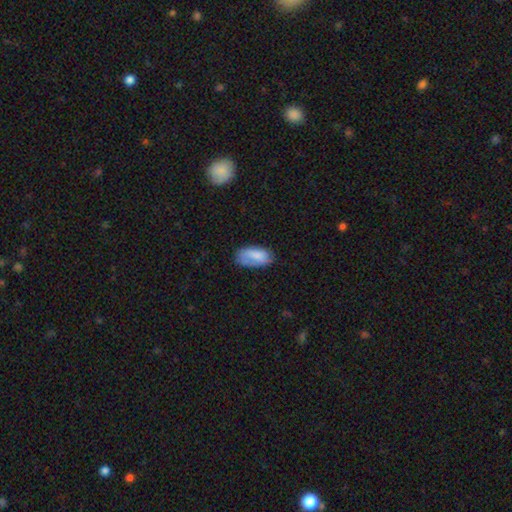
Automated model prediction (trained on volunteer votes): Overall: smooth (75%). How rounded: in between (93%). Merging: none (61%; minor disturbance 28%).